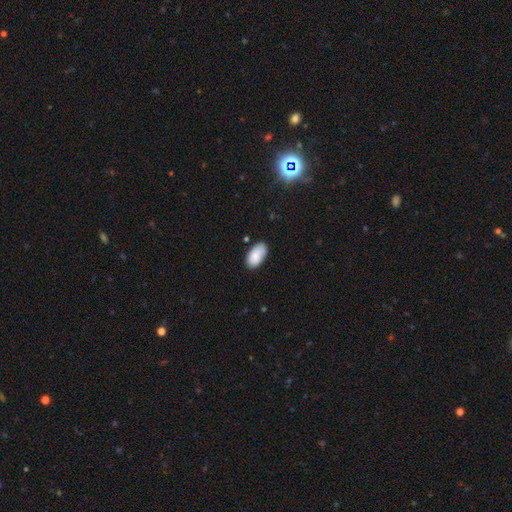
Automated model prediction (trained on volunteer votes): Overall: smooth (86%). How rounded: in between (95%). Merging: none (77%).